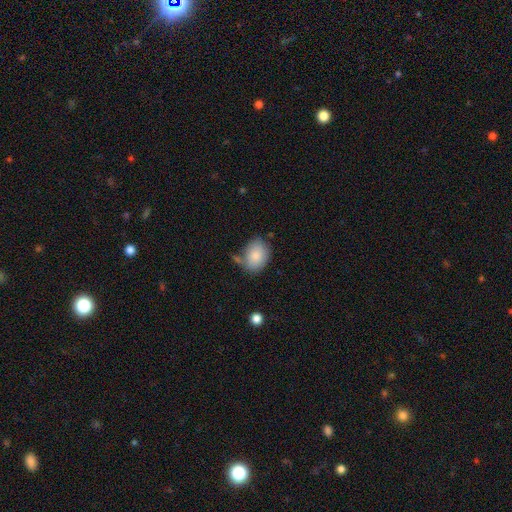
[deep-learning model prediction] Smooth or featured? Predicted: smooth (p=0.84). How rounded? Predicted: in between (p=0.68). Merging? Predicted: none (p=0.63).